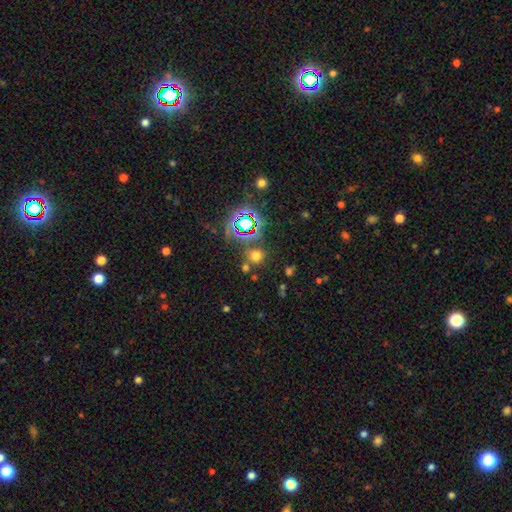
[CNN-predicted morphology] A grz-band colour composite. It shows a smooth galaxy with no disk features (58%) that is round (88%). Merging: none (75%).